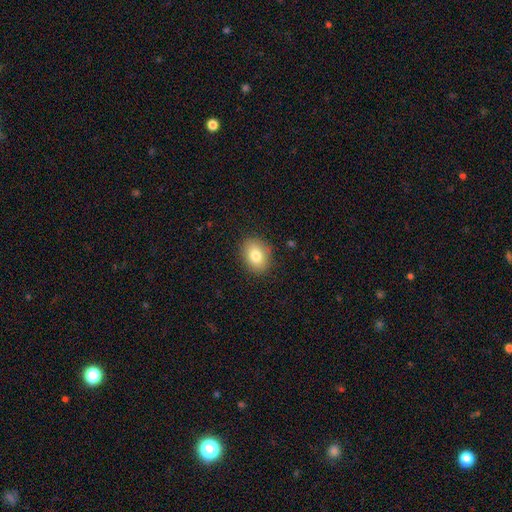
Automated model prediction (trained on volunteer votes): Smooth or featured? Predicted: smooth (p=0.81). How rounded? Predicted: in between (p=0.60). Merging? Predicted: none (p=0.88).